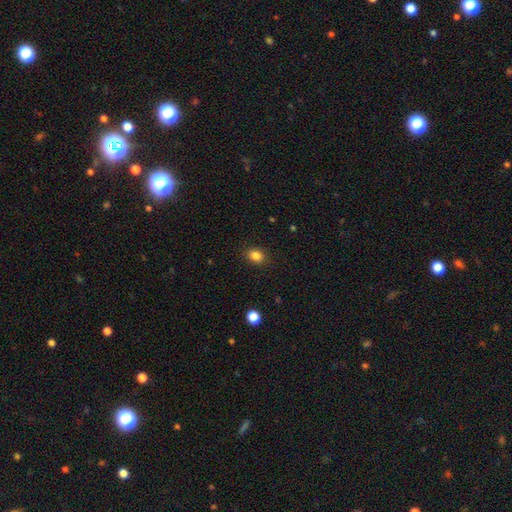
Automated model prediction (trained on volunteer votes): Smooth or featured: smooth — 85% (star or artifact — 11%)
How rounded: in between — 52% (round — 47%)
Merging: none — 88% (minor disturbance — 8%)